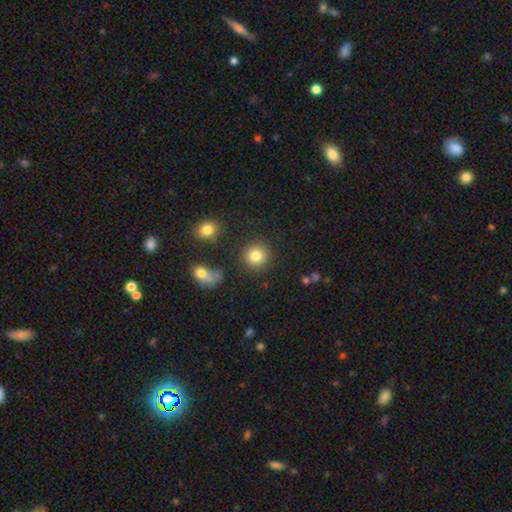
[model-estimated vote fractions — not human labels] A smooth galaxy with no disk features (83%) that is round (92%).

Vote fractions:
- Smooth or featured? smooth: 83% / star or artifact: 11% / featured or disk: 7%
- How rounded? round: 92% / in between: 7% / cigar-shaped: 1%
- Merging? none: 85% / minor disturbance: 7% / merger: 4% / major disturbance: 4%